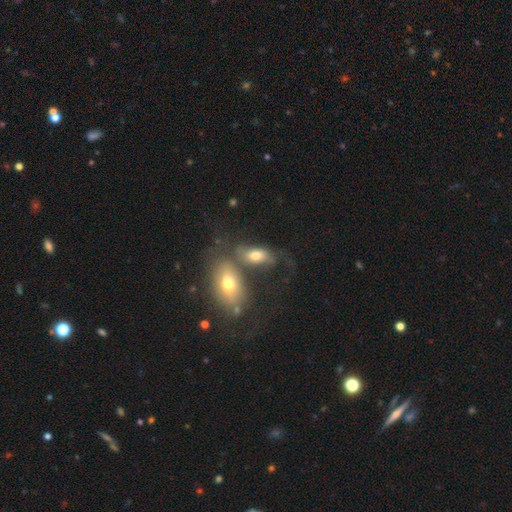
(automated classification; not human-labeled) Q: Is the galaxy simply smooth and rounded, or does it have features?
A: smooth — 60%.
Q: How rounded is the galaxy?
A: in between — 87%.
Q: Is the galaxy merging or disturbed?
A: merger — 38%.